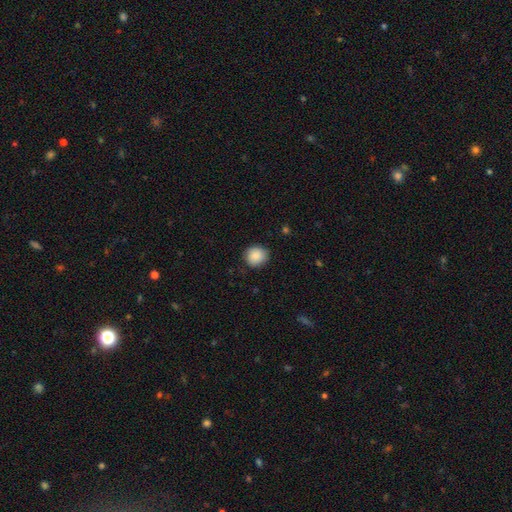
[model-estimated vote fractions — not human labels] smooth-or-featured: smooth: 88% | star or artifact: 8% | featured or disk: 4%
  how-rounded: round: 85% | in between: 14% | cigar-shaped: 1%
  merging: none: 86% | minor disturbance: 11% | major disturbance: 2% | merger: 1%